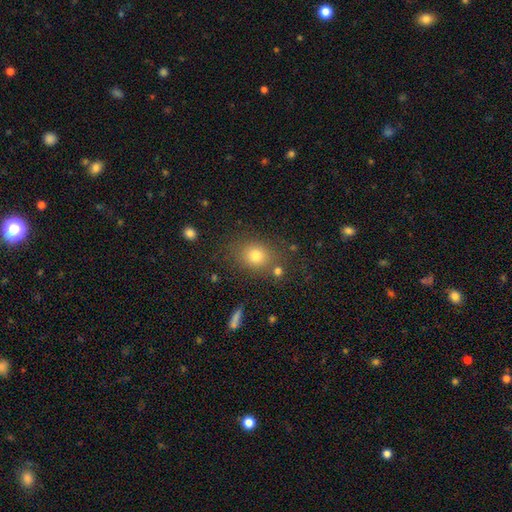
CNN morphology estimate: This appears to be a smooth galaxy with no disk features (77%) that is round (55%). Merging: none (76%).